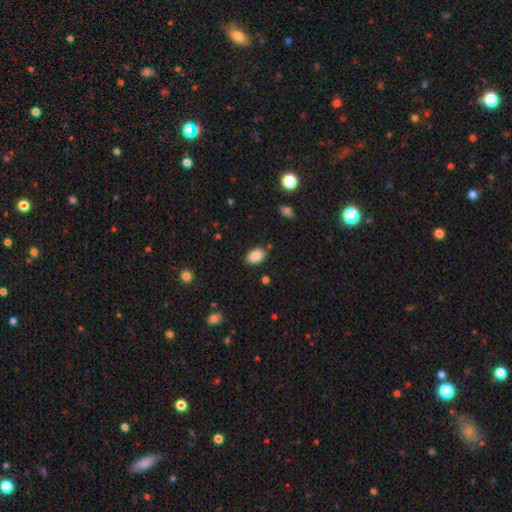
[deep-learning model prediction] smooth 88%, star or artifact 8%, featured or disk 4%. Down the decision tree: how rounded — in between (88%); merging — none (84%).